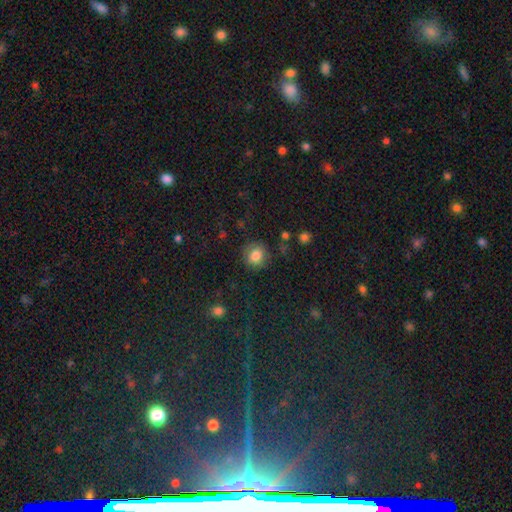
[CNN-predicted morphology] The model was most divided on "merging": none: 80%, minor disturbance: 13%, major disturbance: 5%, merger: 2%. More confident: how rounded — round (84%); smooth or featured — smooth (82%).